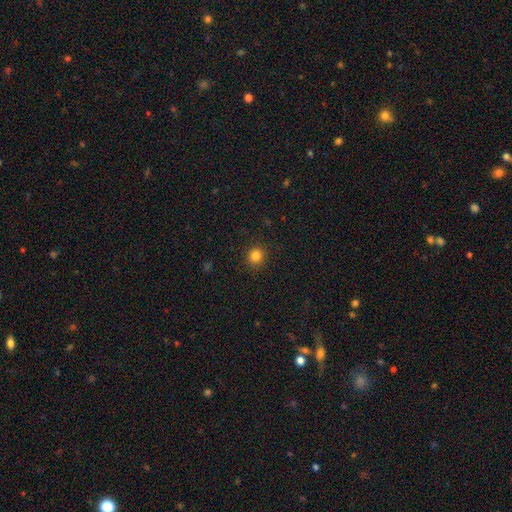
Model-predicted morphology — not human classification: Overall: smooth (83%). How rounded: round (90%). Merging: none (91%).